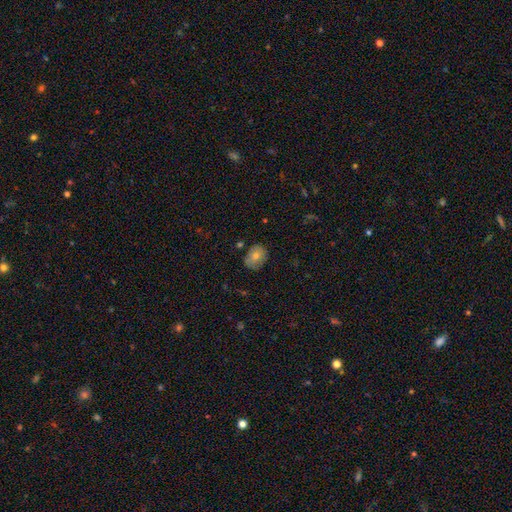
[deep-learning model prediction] Morphology: type=smooth (71%); roundness=in between (57%); merging=none (77%).